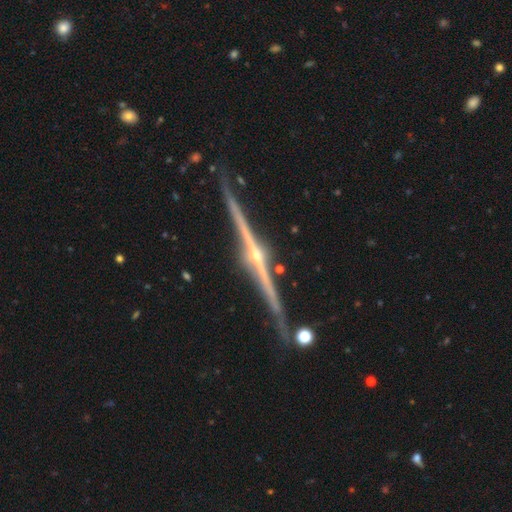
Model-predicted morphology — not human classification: A featured or disk galaxy (91%) viewed edge-on (99%) with a rounded central bulge (88%). Merging: none (88%).